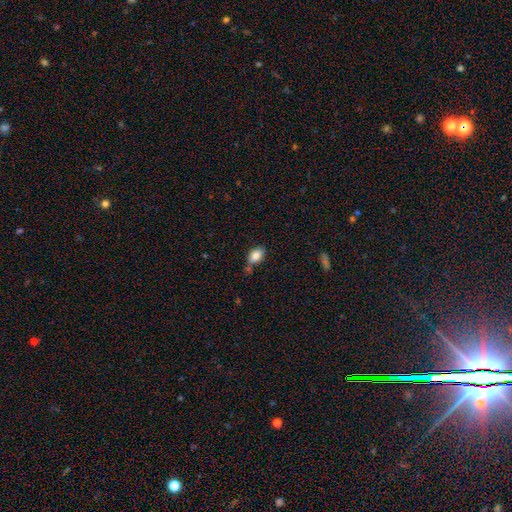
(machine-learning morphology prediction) smooth 85%, star or artifact 8%, featured or disk 7%. Down the decision tree: how rounded — in between (86%); merging — none (61%).